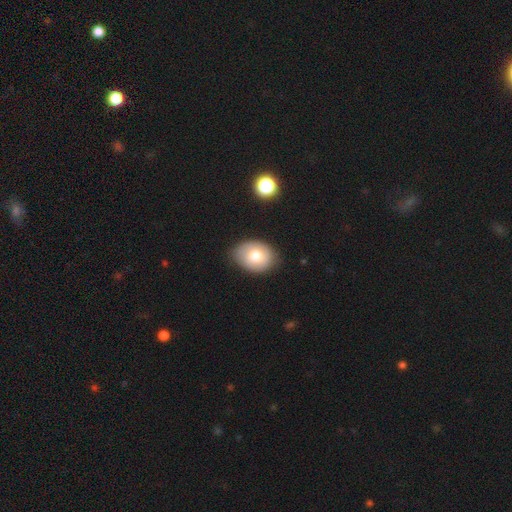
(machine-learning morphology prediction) smooth_or_featured: smooth (p=0.71) [alt: featured or disk p=0.21]
how_rounded: in between (p=0.67) [alt: round p=0.32]
merging: none (p=0.76) [alt: minor disturbance p=0.18]